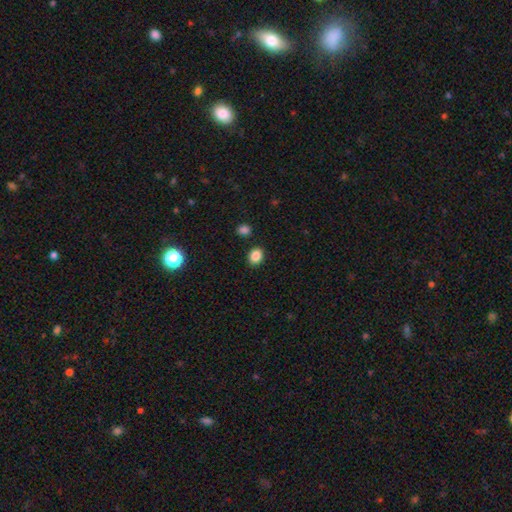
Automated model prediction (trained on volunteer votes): A smooth galaxy with no disk features (86%) that is in between round and cigar-shaped (52%).

Vote fractions:
- Smooth or featured? smooth: 86% / star or artifact: 10% / featured or disk: 4%
- How rounded? in between: 52% / round: 47% / cigar-shaped: 1%
- Merging? none: 85% / minor disturbance: 8% / merger: 4% / major disturbance: 2%